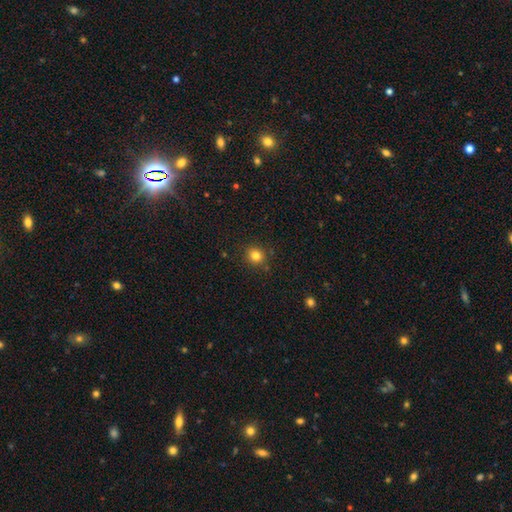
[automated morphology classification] smooth 82%, star or artifact 13%, featured or disk 6%. Down the decision tree: how rounded — round (84%); merging — none (86%).